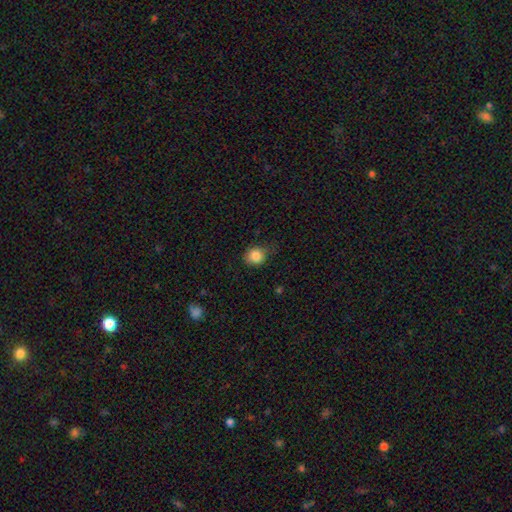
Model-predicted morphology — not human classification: The model was most divided on "merging": none: 69%, minor disturbance: 24%, major disturbance: 6%, merger: 1%. More confident: smooth or featured — smooth (85%); how rounded — round (78%).